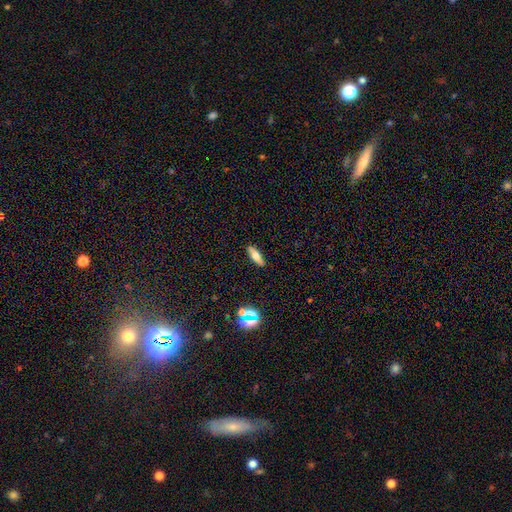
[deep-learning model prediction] Q: Smooth or featured?
A: smooth (58%); runner-up: featured or disk (31%)
Q: How rounded?
A: in between (50%); runner-up: cigar-shaped (46%)
Q: Merging?
A: none (88%); runner-up: minor disturbance (8%)